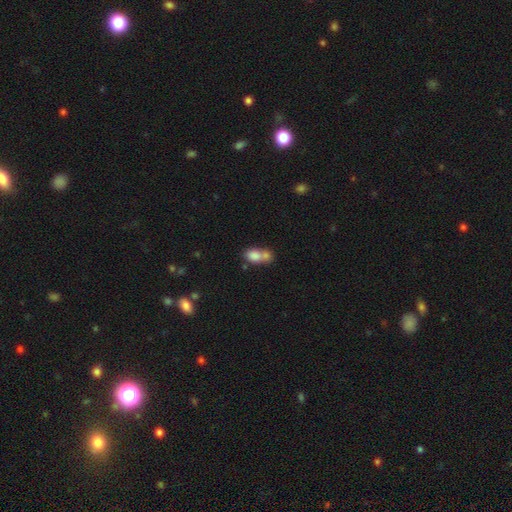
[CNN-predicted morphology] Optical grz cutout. It shows a smooth galaxy with no disk features (79%) that is in between round and cigar-shaped (73%). Merging: merger (62%).